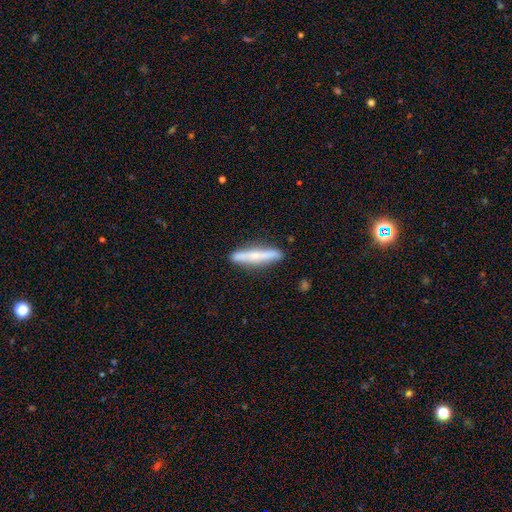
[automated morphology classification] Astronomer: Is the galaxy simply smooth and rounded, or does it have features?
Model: smooth — 51% (runner-up: featured or disk, 43%).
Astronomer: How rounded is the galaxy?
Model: cigar-shaped — 93%.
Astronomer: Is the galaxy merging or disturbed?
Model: none — 89%.